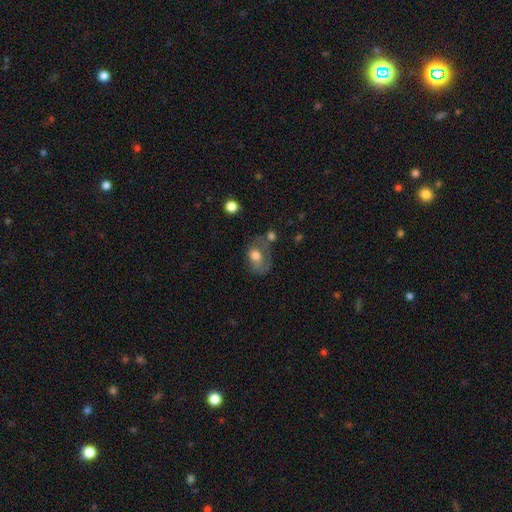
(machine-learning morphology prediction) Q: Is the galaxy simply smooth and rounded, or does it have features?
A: smooth — 65%.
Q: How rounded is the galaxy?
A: in between — 69%.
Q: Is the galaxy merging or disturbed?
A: none — 33%.